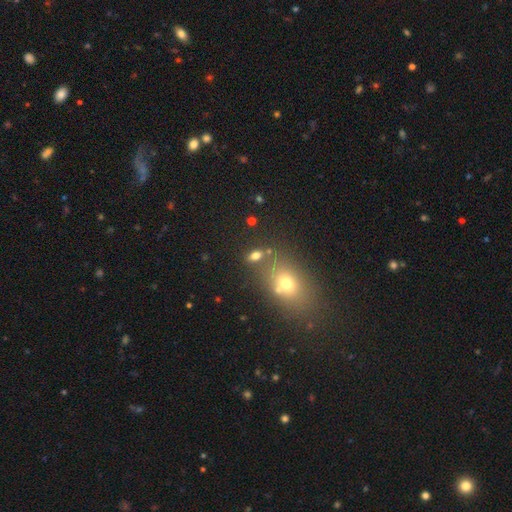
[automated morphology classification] The model was most divided on "merging": none: 66%, merger: 15%, minor disturbance: 13%, major disturbance: 6%. More confident: how rounded — in between (77%); smooth or featured — smooth (71%).